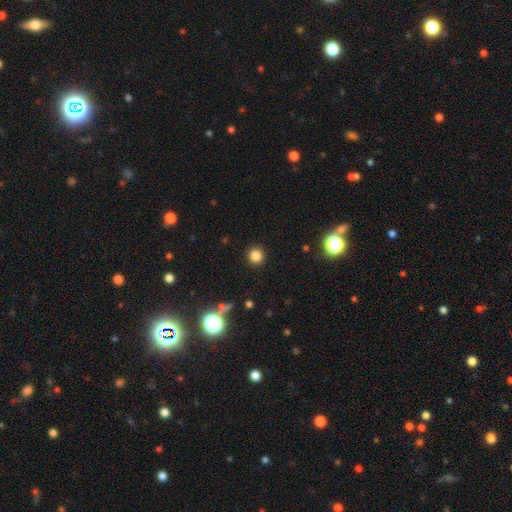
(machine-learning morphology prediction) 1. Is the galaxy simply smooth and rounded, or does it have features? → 82% smooth, 14% star or artifact, 4% featured or disk.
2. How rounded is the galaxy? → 92% round, 7% in between, 1% cigar-shaped.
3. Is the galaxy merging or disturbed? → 92% none, 5% minor disturbance, 2% major disturbance, 1% merger.